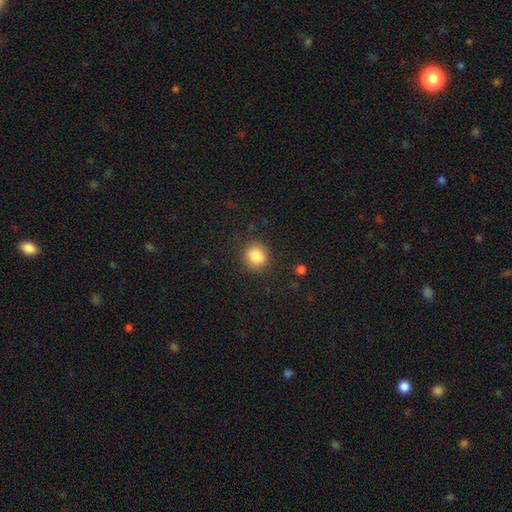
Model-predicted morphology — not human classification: Smooth or featured? Predicted: smooth (p=0.82). How rounded? Predicted: round (p=0.85). Merging? Predicted: none (p=0.81).